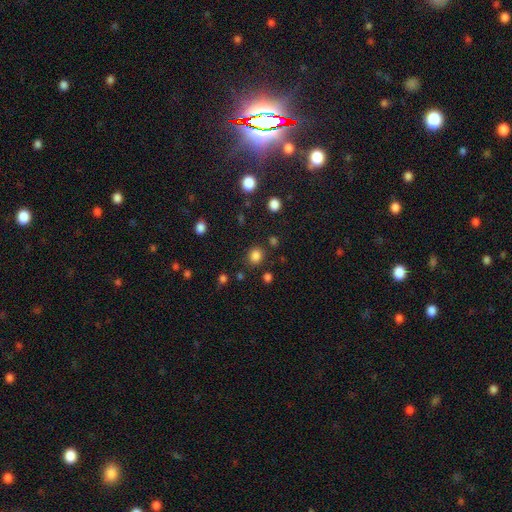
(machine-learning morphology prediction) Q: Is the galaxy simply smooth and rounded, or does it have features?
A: smooth — 82%.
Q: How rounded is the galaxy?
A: round — 78%.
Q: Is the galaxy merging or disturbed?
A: none — 84%.